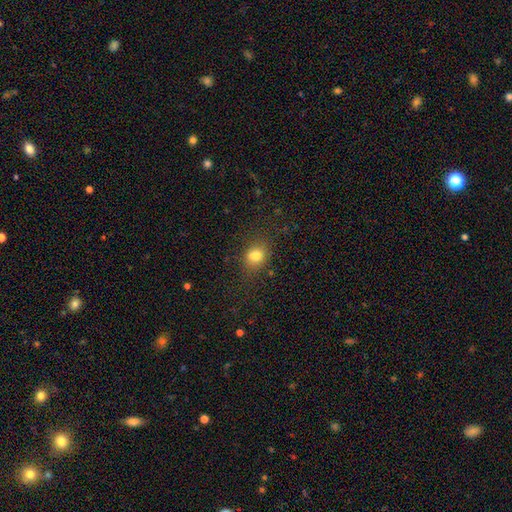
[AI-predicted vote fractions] A smooth galaxy with no disk features (74%) that is round (53%). Merging: none (62%).